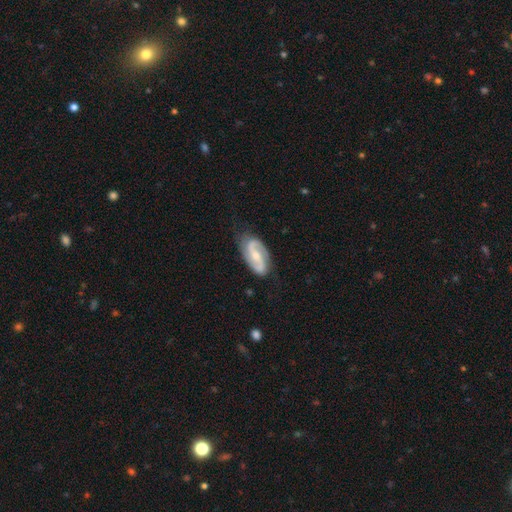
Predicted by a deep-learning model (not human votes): smooth_or_featured: featured or disk (p=0.83) [alt: smooth p=0.12]
disk_edge_on: no (p=0.97) [alt: yes p=0.03]
bar: weak (p=0.42) [alt: no p=0.35]
has_spiral_arms: yes (p=0.96) [alt: no p=0.04]
spiral_winding: medium (p=0.46) [alt: loose p=0.33]
spiral_arm_count: 2 (p=0.92) [alt: can't tell p=0.03]
bulge_size: small (p=0.46) [alt: moderate p=0.42]
merging: none (p=0.78) [alt: minor disturbance p=0.16]